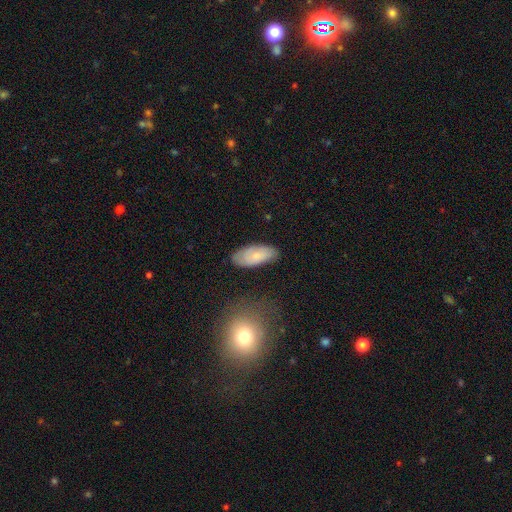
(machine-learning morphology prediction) smooth_or_featured: smooth (p=0.69) [alt: featured or disk p=0.25]
how_rounded: in between (p=0.89) [alt: cigar-shaped p=0.09]
merging: none (p=0.75) [alt: minor disturbance p=0.19]